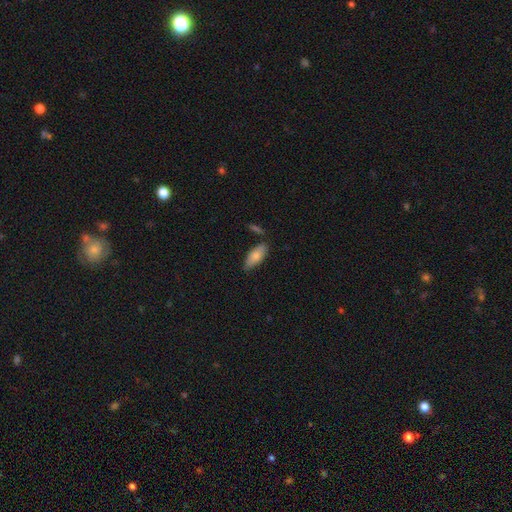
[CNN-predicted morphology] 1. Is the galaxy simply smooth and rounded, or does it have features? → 80% smooth, 14% featured or disk, 6% star or artifact.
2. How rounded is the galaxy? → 80% in between, 18% cigar-shaped, 2% round.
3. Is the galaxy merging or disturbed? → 77% none, 15% minor disturbance, 5% merger, 3% major disturbance.